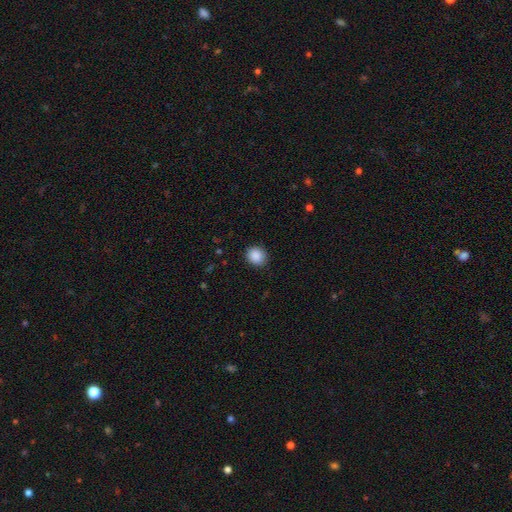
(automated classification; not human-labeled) smooth 89%, star or artifact 8%, featured or disk 3%. Down the decision tree: how rounded — round (80%); merging — none (89%).